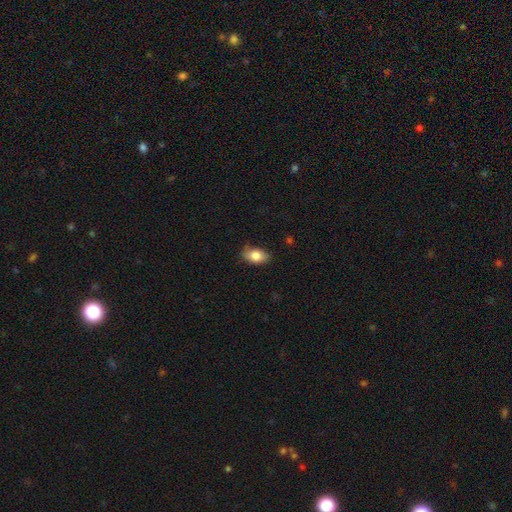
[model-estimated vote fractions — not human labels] Q: Smooth or featured?
A: smooth (83%); runner-up: featured or disk (10%)
Q: How rounded?
A: in between (89%); runner-up: round (8%)
Q: Merging?
A: none (81%); runner-up: minor disturbance (15%)